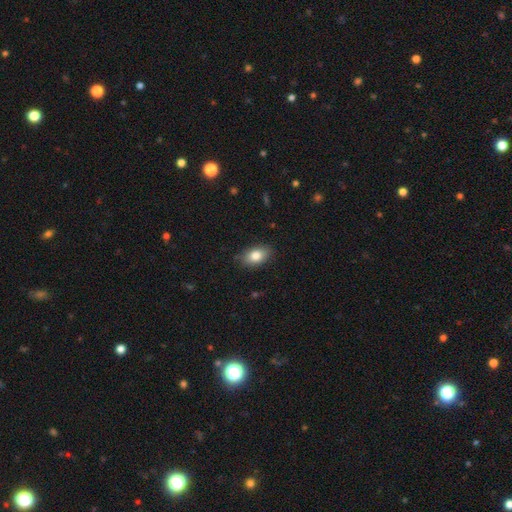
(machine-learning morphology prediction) This appears to be a smooth galaxy with no disk features (82%) that is in between round and cigar-shaped (89%). Merging: none (85%).